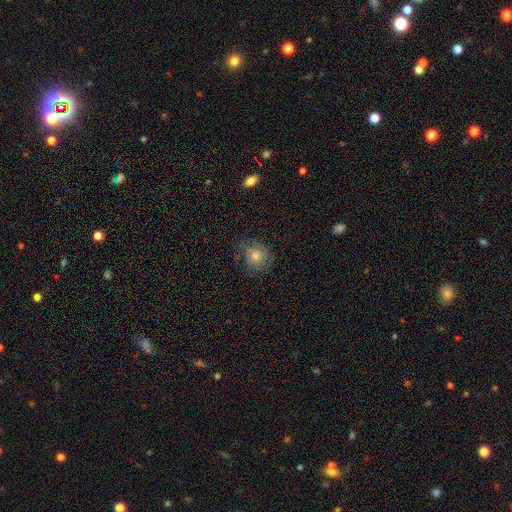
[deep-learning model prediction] A smooth galaxy with no disk features (47%).

Vote fractions:
- Smooth or featured? smooth: 47% / featured or disk: 40% / star or artifact: 13%
- Merging? none: 67% / minor disturbance: 21% / major disturbance: 11% / merger: 1%